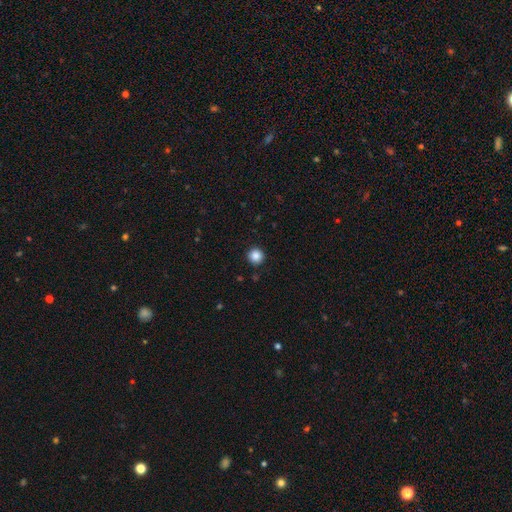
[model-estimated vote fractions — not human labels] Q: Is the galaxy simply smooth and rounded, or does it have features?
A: smooth — 86%.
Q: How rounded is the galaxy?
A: round — 96%.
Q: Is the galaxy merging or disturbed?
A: none — 92%.